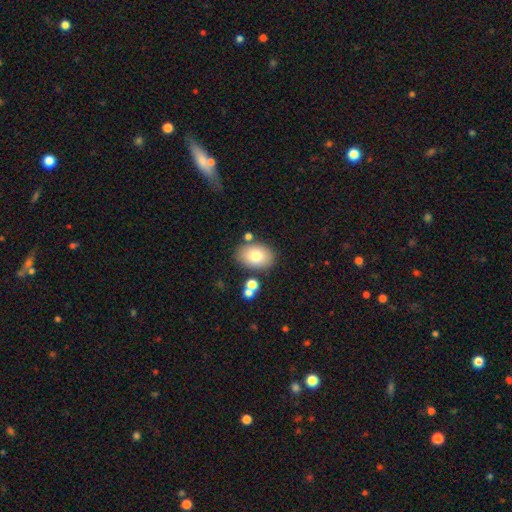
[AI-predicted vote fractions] Smooth or featured? smooth (78%)
How rounded? in between (82%)
Merging? none (80%)